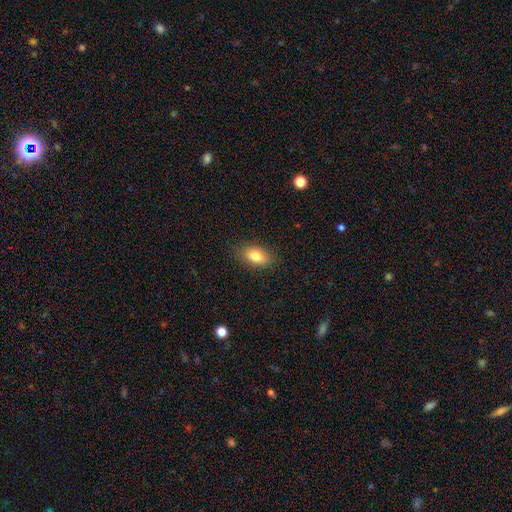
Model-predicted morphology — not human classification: This appears to be a smooth galaxy with no disk features (79%) that is in between round and cigar-shaped (87%). Merging: none (86%).